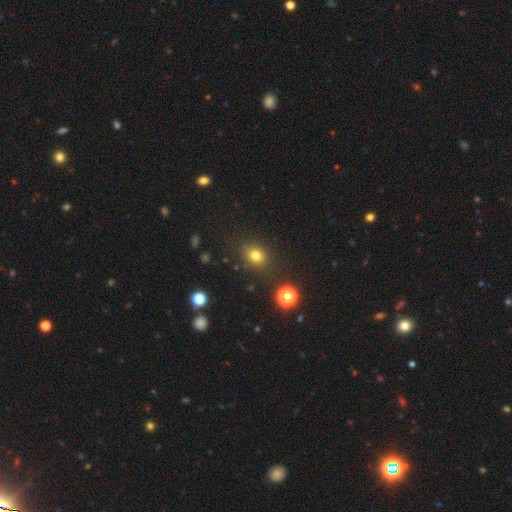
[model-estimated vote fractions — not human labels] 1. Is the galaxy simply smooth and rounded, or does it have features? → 77% smooth, 16% star or artifact, 7% featured or disk.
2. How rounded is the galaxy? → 66% round, 33% in between, 1% cigar-shaped.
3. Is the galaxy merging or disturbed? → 83% none, 11% minor disturbance, 4% major disturbance, 3% merger.